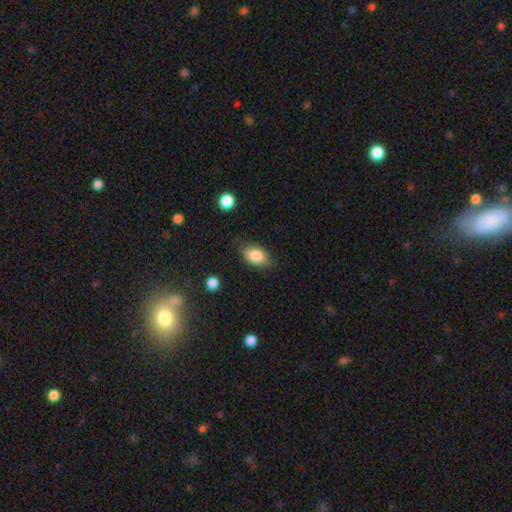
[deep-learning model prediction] This is clearly a smooth galaxy (84%). How rounded: clearly in between (88%). Merging: likely none (78%).